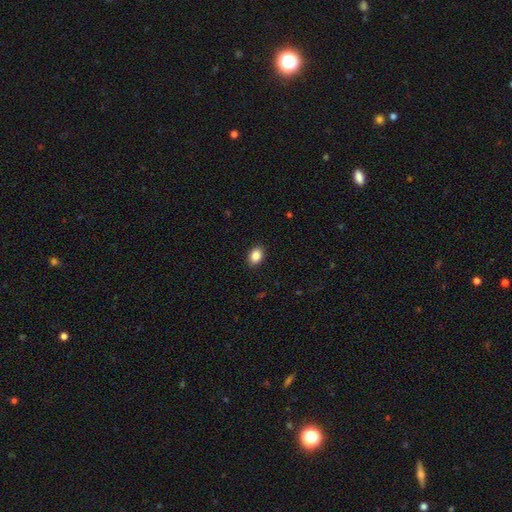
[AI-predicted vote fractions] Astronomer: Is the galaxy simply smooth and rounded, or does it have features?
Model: smooth — 88%.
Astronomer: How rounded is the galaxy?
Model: in between — 73%.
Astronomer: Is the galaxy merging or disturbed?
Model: none — 89%.